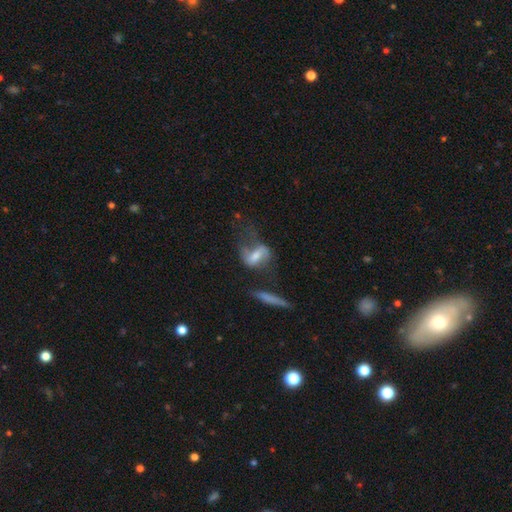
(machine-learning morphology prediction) A featured or disk galaxy (58%) with a weak bar (40%), spiral arms (66%) and a moderate central bulge (46%). Merging: none (34%).